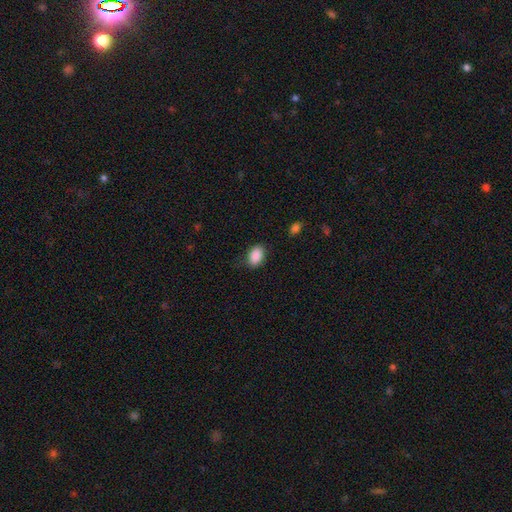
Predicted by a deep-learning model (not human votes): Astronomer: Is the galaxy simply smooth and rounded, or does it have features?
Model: smooth — 89%.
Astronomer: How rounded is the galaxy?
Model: in between — 86%.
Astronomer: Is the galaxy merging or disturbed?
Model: none — 80%.